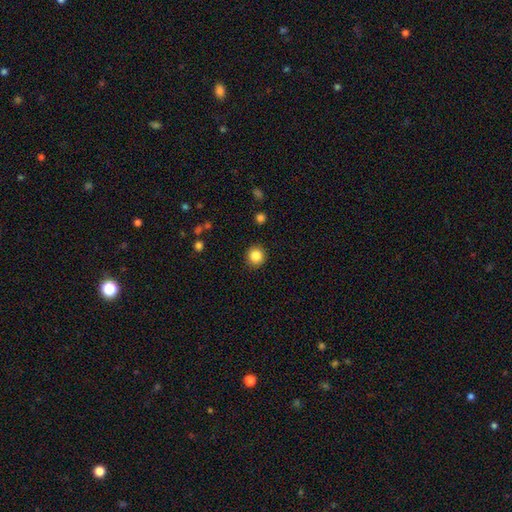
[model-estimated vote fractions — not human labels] Smooth or featured: smooth — 85% (star or artifact — 10%)
How rounded: round — 91% (in between — 8%)
Merging: none — 91% (minor disturbance — 6%)